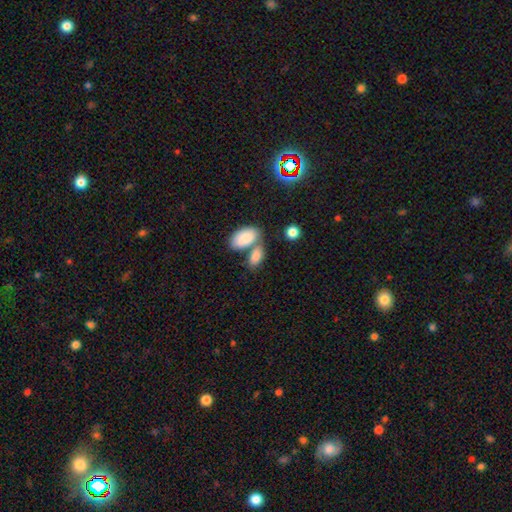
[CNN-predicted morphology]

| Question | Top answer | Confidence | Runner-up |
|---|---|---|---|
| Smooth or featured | smooth | 86% | featured or disk (8%) |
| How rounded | in between | 93% | round (4%) |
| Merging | merger | 46% | none (39%) |